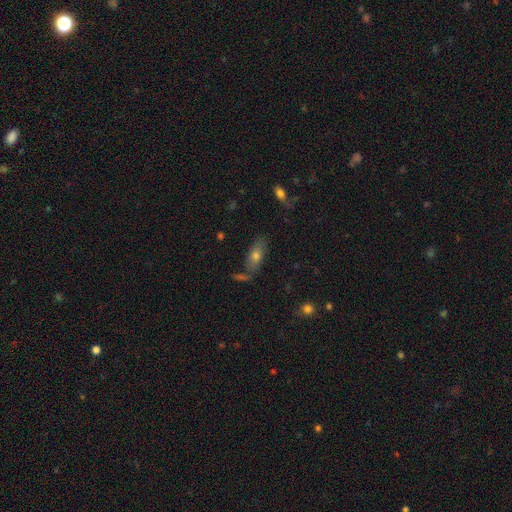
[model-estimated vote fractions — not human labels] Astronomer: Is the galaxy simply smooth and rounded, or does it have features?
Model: smooth — 64%.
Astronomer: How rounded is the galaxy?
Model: in between — 74%.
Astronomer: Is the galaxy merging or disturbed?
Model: none — 67%.